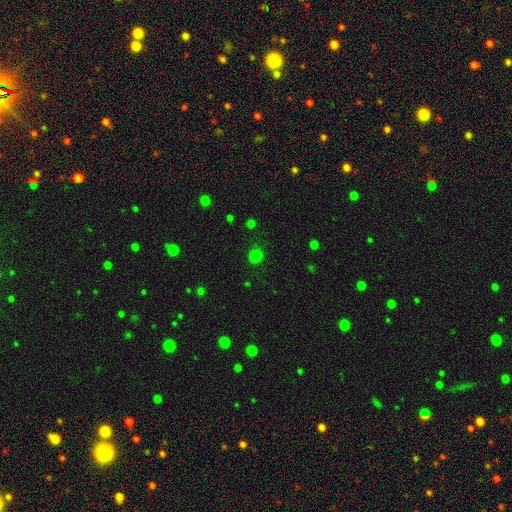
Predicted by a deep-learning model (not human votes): Smooth or featured?
  - smooth: 75% *
  - star or artifact: 21%
  - featured or disk: 4%
How rounded?
  - round: 89% *
  - in between: 10%
  - cigar-shaped: 1%
Merging?
  - none: 87% *
  - minor disturbance: 9%
  - major disturbance: 3%
  - merger: 1%